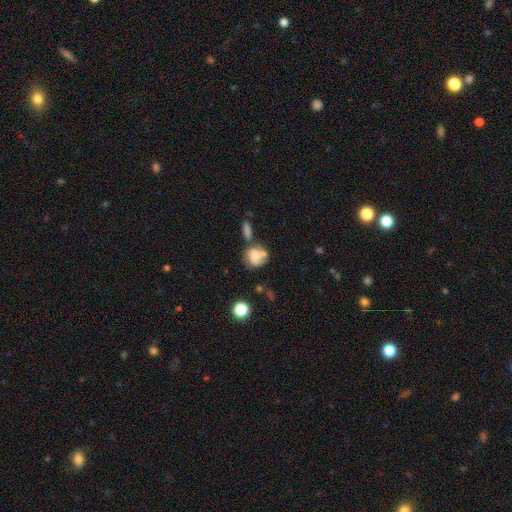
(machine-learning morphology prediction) smooth-or-featured: smooth: 62% | featured or disk: 28% | star or artifact: 10%
  how-rounded: round: 64% | in between: 34% | cigar-shaped: 2%
  merging: none: 36% | merger: 31% | minor disturbance: 20% | major disturbance: 13%